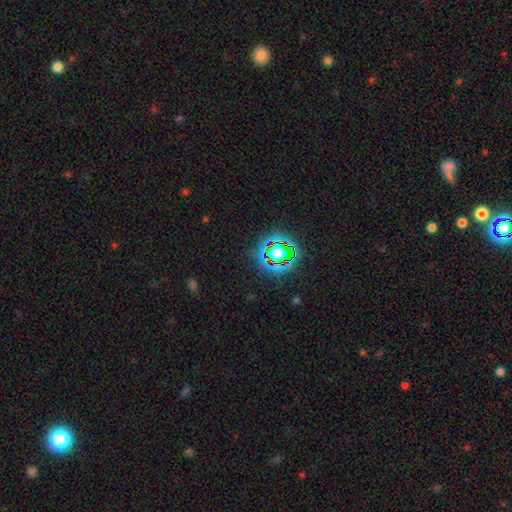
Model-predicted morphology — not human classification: A star or artifact, not a galaxy (75%).

Vote fractions:
- Smooth or featured? star or artifact: 75% / smooth: 15% / featured or disk: 10%